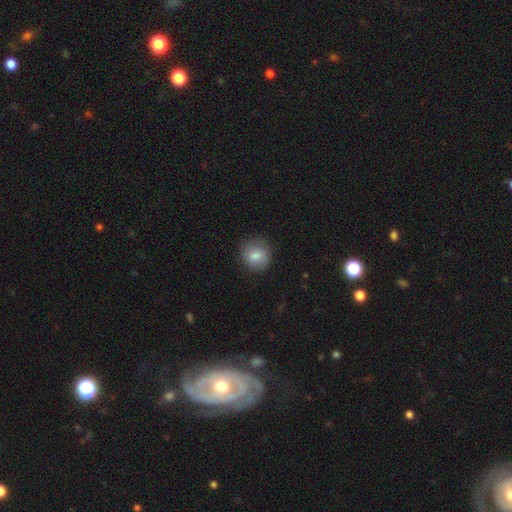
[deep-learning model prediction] The model was most divided on "merging": none: 82%, minor disturbance: 14%, major disturbance: 4%, merger: 1%. More confident: how rounded — round (84%); smooth or featured — smooth (82%).